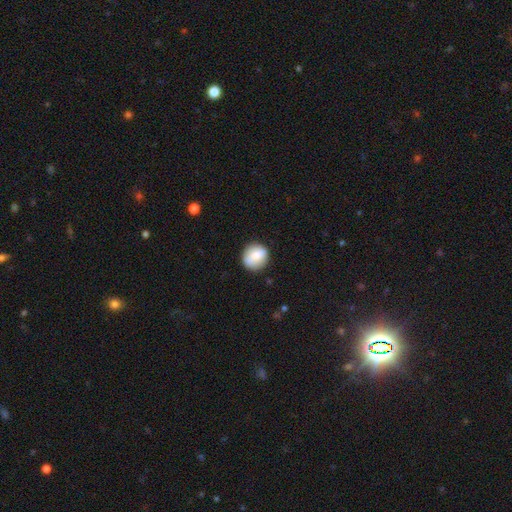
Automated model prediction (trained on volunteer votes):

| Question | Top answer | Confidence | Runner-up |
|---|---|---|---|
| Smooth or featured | smooth | 80% | featured or disk (12%) |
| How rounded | round | 82% | in between (16%) |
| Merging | none | 80% | minor disturbance (15%) |